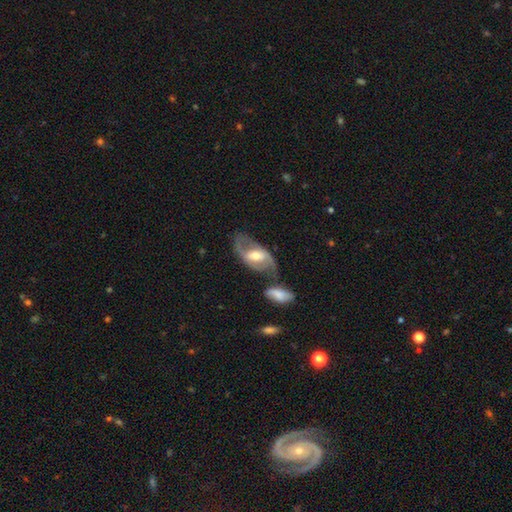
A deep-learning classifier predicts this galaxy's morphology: Smooth or featured? featured or disk (75%)
Edge-on disk? no (93%)
Bar? weak (41%)
Spiral arms? yes (80%)
Spiral winding? medium (48%)
Spiral arm count? 2 (84%)
Bulge size? moderate (66%)
Merging? none (54%)